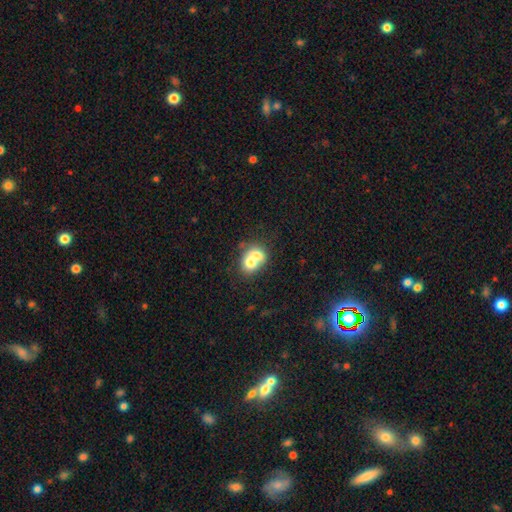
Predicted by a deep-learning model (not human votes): A smooth galaxy with no disk features (66%) that is round (55%).

Vote fractions:
- Smooth or featured? smooth: 66% / featured or disk: 25% / star or artifact: 9%
- How rounded? round: 55% / in between: 44% / cigar-shaped: 1%
- Merging? merger: 70% / none: 20% / minor disturbance: 6% / major disturbance: 4%